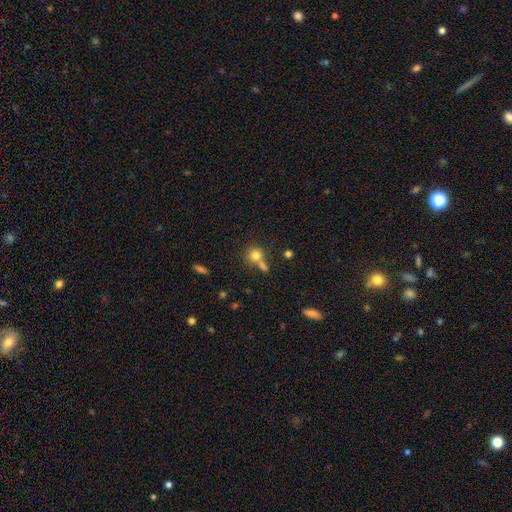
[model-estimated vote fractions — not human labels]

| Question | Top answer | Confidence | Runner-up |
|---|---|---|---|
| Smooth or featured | smooth | 78% | star or artifact (11%) |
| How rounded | round | 85% | in between (14%) |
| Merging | none | 49% | merger (35%) |